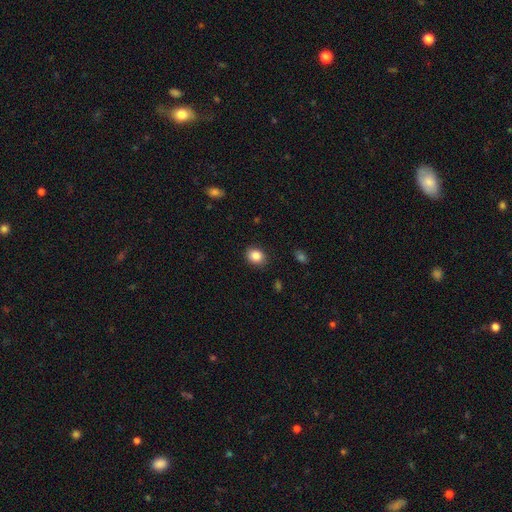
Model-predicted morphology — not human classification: Smooth or featured? Predicted: smooth (p=0.86). How rounded? Predicted: round (p=0.63). Merging? Predicted: none (p=0.87).